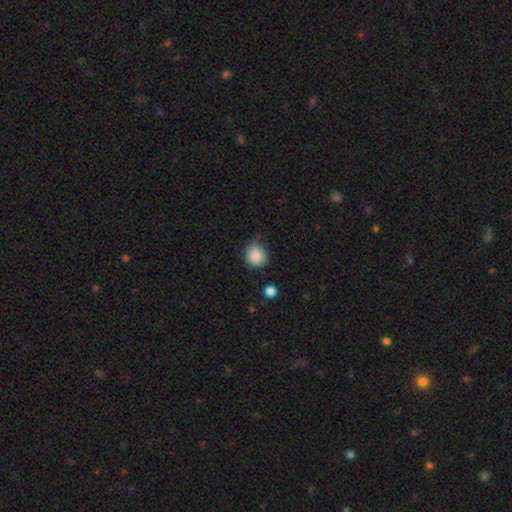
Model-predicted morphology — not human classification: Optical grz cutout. It shows a smooth galaxy with no disk features (85%) that is round (84%). Merging: none (63%).